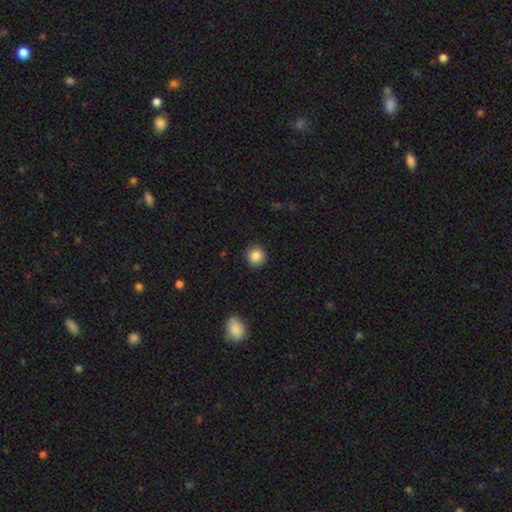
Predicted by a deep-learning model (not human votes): Smooth or featured? Predicted: smooth (p=0.86). How rounded? Predicted: round (p=0.93). Merging? Predicted: none (p=0.91).